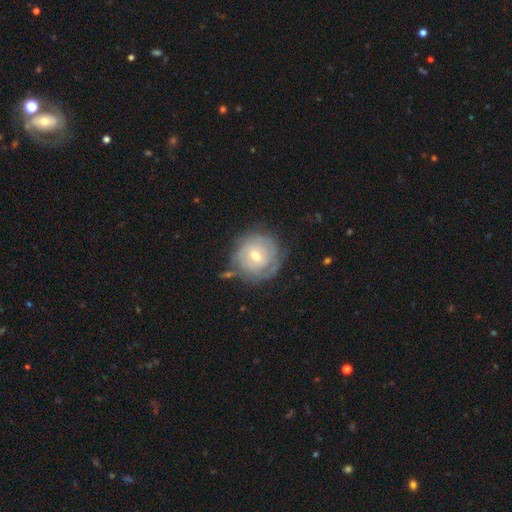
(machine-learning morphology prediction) A featured or disk galaxy (65%) with no bar (73%), spiral arms (77%) and a moderate central bulge (54%). Merging: none (72%).